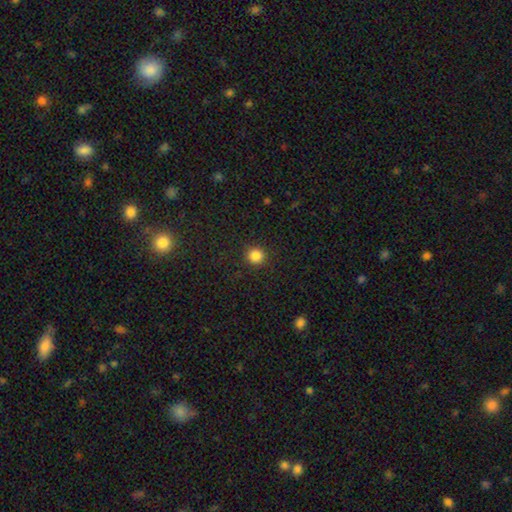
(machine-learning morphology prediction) A smooth galaxy with no disk features (85%) that is round (93%). Merging: none (91%).